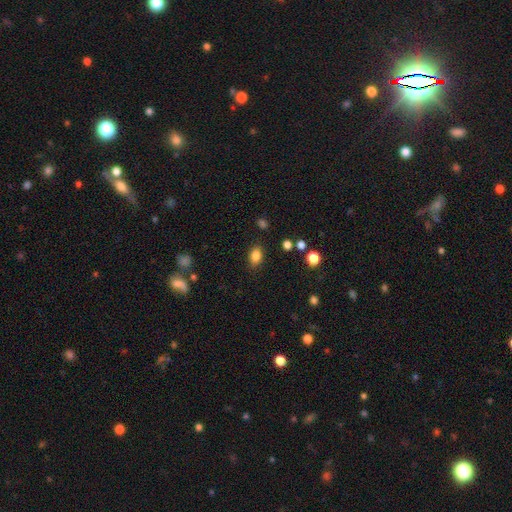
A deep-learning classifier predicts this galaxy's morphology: type=smooth (83%); roundness=in between (77%); merging=none (83%).